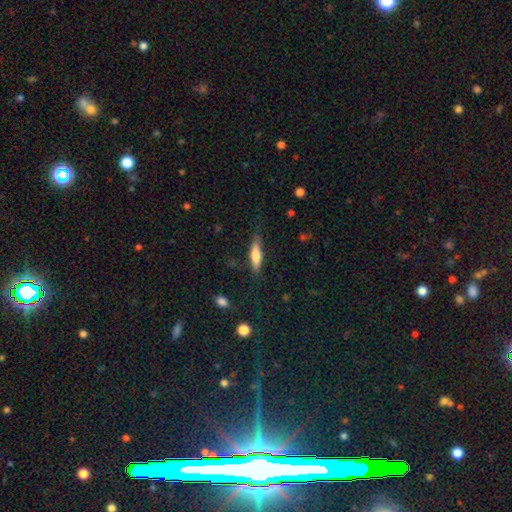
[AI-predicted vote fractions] This is likely a smooth galaxy (61%). How rounded: likely cigar-shaped (72%). Merging: likely none (79%).